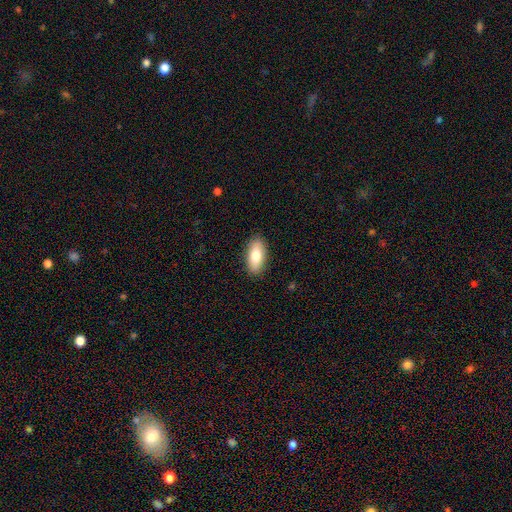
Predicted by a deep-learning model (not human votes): This is likely a smooth galaxy (79%). How rounded: clearly in between (87%). Merging: clearly none (88%).